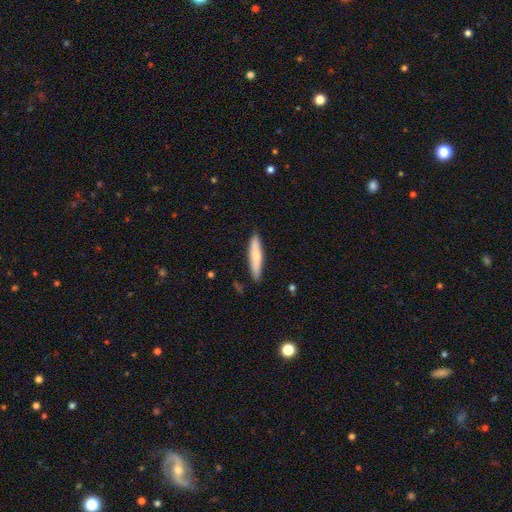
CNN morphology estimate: Smooth or featured?
  - smooth: 71% *
  - featured or disk: 24%
  - star or artifact: 5%
How rounded?
  - cigar-shaped: 83% *
  - in between: 15%
  - round: 1%
Merging?
  - none: 85% *
  - minor disturbance: 12%
  - major disturbance: 2%
  - merger: 1%